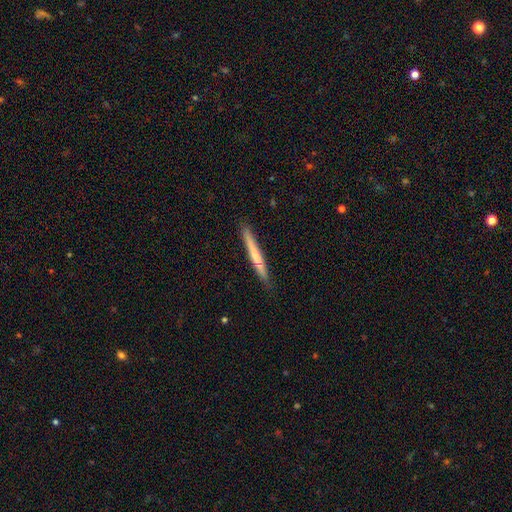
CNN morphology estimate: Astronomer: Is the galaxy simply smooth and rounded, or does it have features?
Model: smooth — 51% (runner-up: featured or disk, 43%).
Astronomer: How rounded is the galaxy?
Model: cigar-shaped — 96%.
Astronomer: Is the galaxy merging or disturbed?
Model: none — 84%.